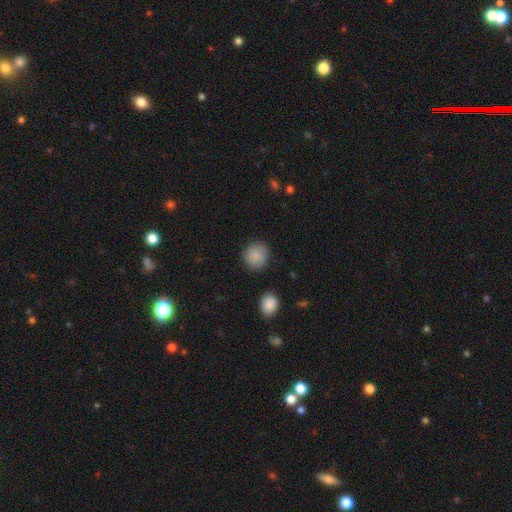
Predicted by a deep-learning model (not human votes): A smooth galaxy with no disk features (87%) that is round (89%). Merging: none (87%).